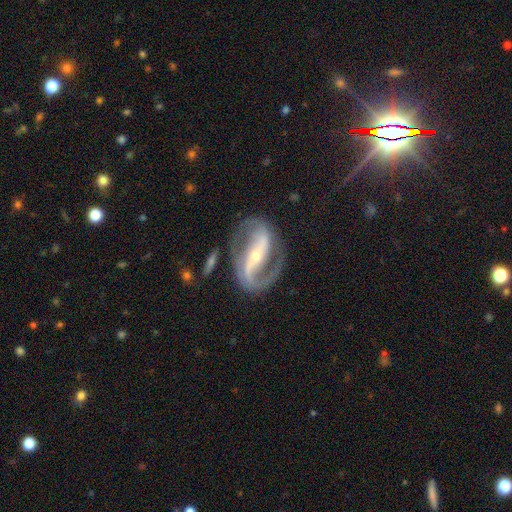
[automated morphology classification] Overall: featured or disk (91%). Edge-on disk: no (96%). Bar: strong (65%). Spiral arms: yes (96%). Spiral arm count: 2 (88%). Spiral winding: medium (51%; loose 26%). Bulge size: small (59%; moderate 36%). Merging: none (76%).